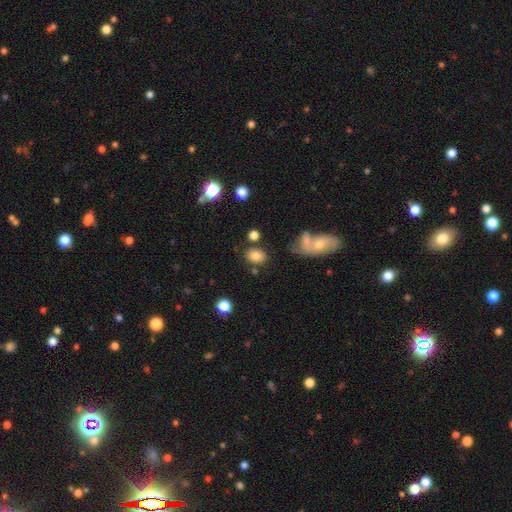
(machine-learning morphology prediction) Q: Smooth or featured?
A: smooth (80%); runner-up: star or artifact (11%)
Q: How rounded?
A: in between (68%); runner-up: round (31%)
Q: Merging?
A: none (74%); runner-up: minor disturbance (13%)